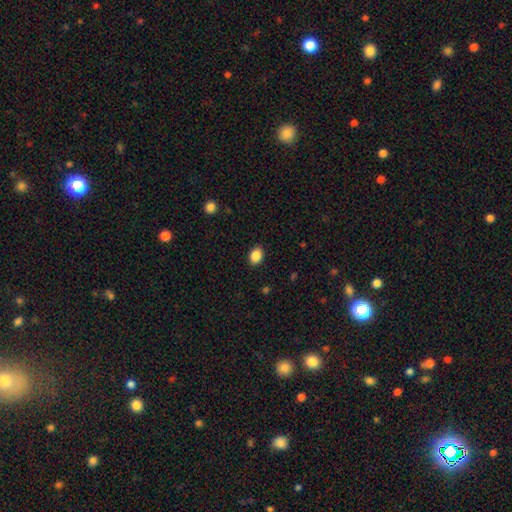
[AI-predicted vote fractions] Smooth or featured?
  - smooth: 88% *
  - star or artifact: 9%
  - featured or disk: 3%
How rounded?
  - in between: 66% *
  - round: 33%
  - cigar-shaped: 1%
Merging?
  - none: 89% *
  - minor disturbance: 8%
  - major disturbance: 2%
  - merger: 1%